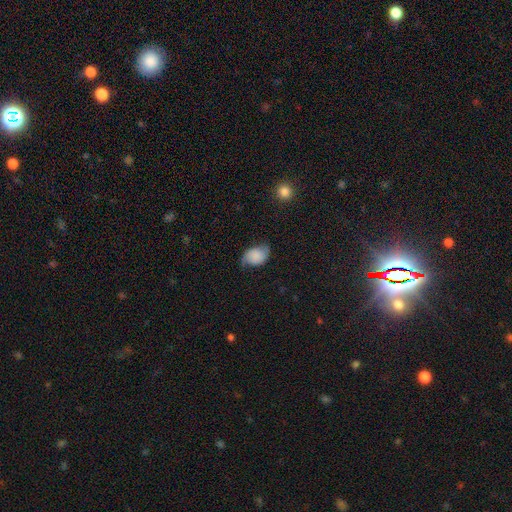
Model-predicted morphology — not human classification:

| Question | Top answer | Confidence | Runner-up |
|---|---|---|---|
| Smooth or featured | smooth | 50% | featured or disk (39%) |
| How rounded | in between | 79% | round (20%) |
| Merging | none | 57% | minor disturbance (30%) |